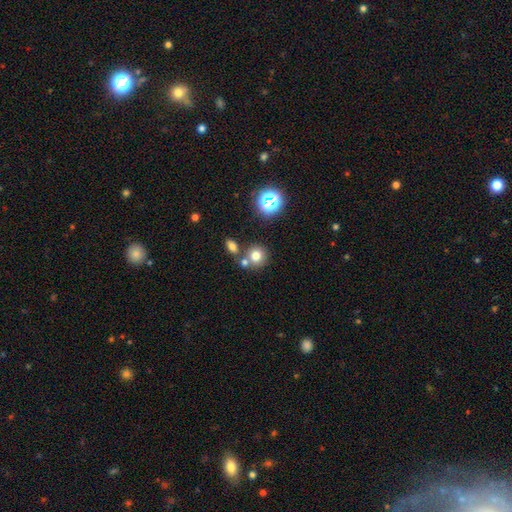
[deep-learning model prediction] Morphology: type=smooth (73%); roundness=round (84%); merging=none (61%).